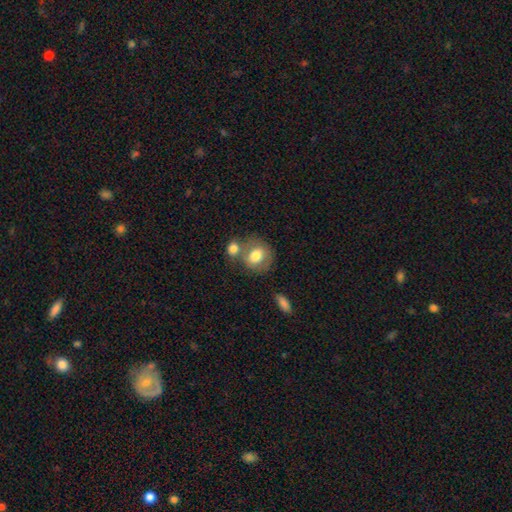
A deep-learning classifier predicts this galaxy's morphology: smooth 75%, featured or disk 18%, star or artifact 7%. Down the decision tree: how rounded — round (66%); merging — none (46%).